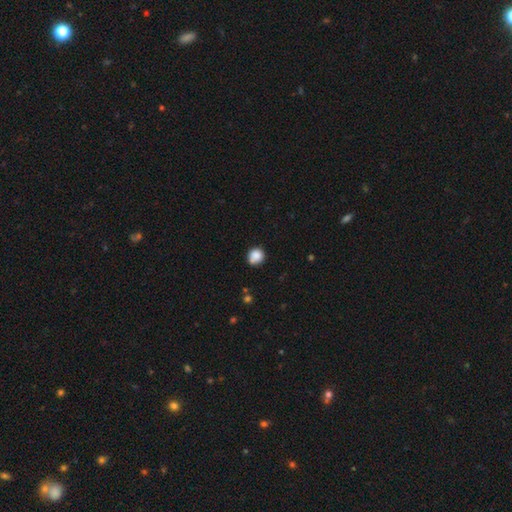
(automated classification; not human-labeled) A smooth galaxy with no disk features (85%) that is round (86%). Merging: none (69%).